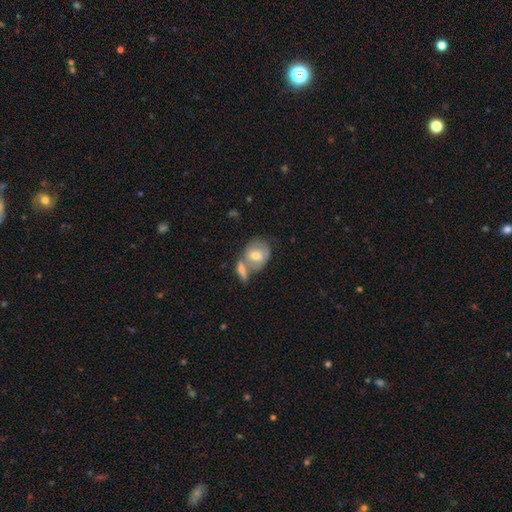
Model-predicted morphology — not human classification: This appears to be a smooth galaxy with no disk features (54%) that is round (50%). Merging: merger (49%).